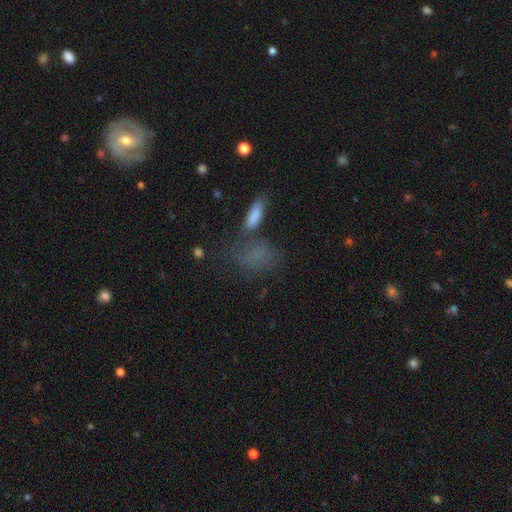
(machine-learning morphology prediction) type=smooth (67%); roundness=in between (75%); merging=none (45%).